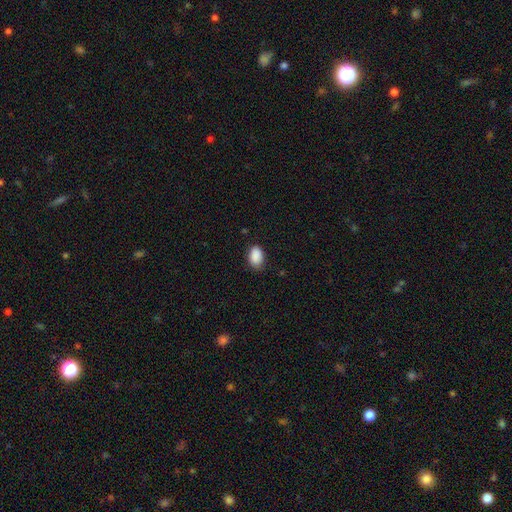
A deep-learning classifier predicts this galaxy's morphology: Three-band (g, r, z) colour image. It shows a smooth galaxy with no disk features (90%) that is in between round and cigar-shaped (84%). Merging: none (78%).